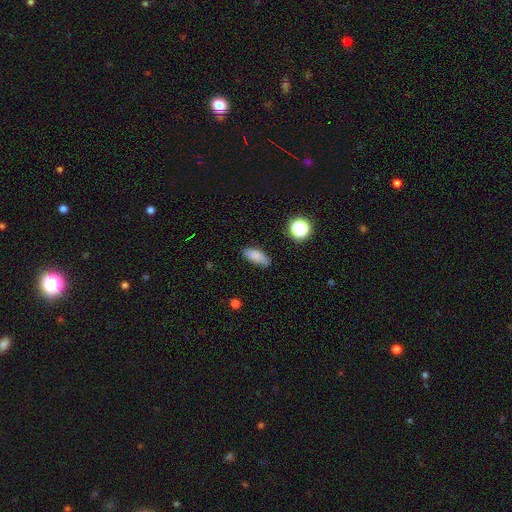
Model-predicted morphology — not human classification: smooth_or_featured: smooth (p=0.83) [alt: star or artifact p=0.10]
how_rounded: in between (p=0.72) [alt: cigar-shaped p=0.24]
merging: none (p=0.82) [alt: minor disturbance p=0.14]